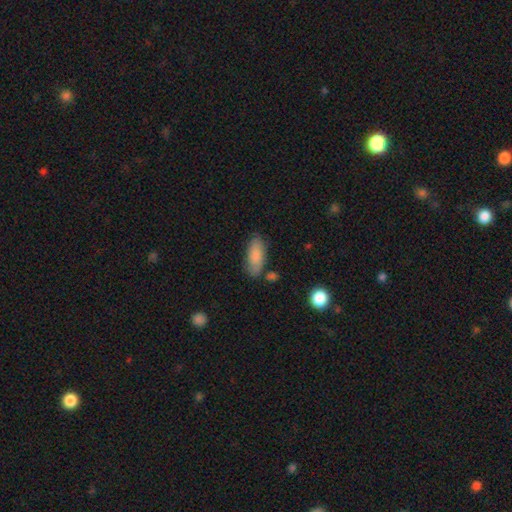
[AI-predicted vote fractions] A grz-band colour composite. It shows a smooth galaxy with no disk features (84%) that is in between round and cigar-shaped (82%). Merging: none (73%).